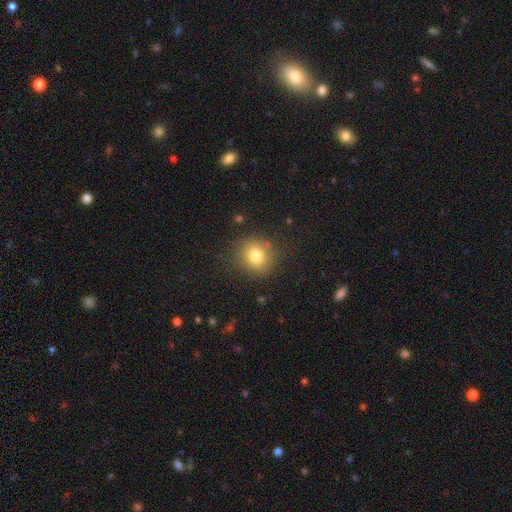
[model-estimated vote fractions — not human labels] Smooth or featured? smooth (79%)
How rounded? round (84%)
Merging? none (84%)